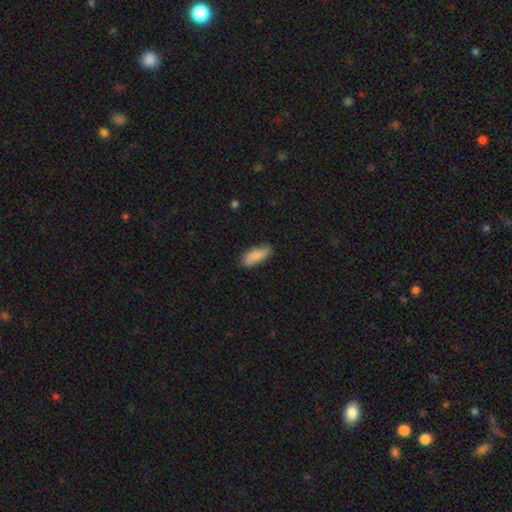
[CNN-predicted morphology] Smooth or featured?
  - smooth: 79% *
  - featured or disk: 15%
  - star or artifact: 6%
How rounded?
  - in between: 77% *
  - cigar-shaped: 21%
  - round: 2%
Merging?
  - none: 78% *
  - minor disturbance: 18%
  - major disturbance: 3%
  - merger: 1%